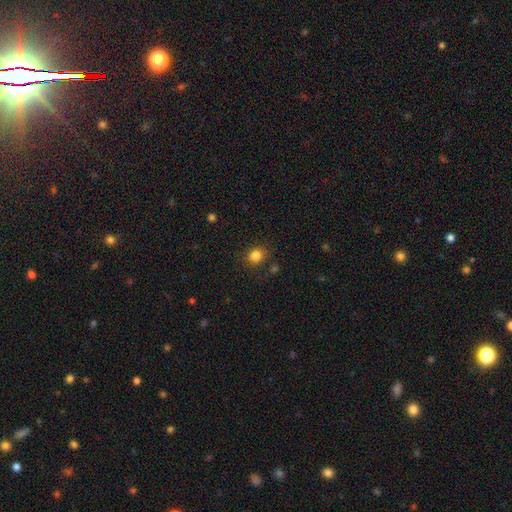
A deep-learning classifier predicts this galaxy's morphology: Overall: smooth (83%). How rounded: round (72%). Merging: none (84%).